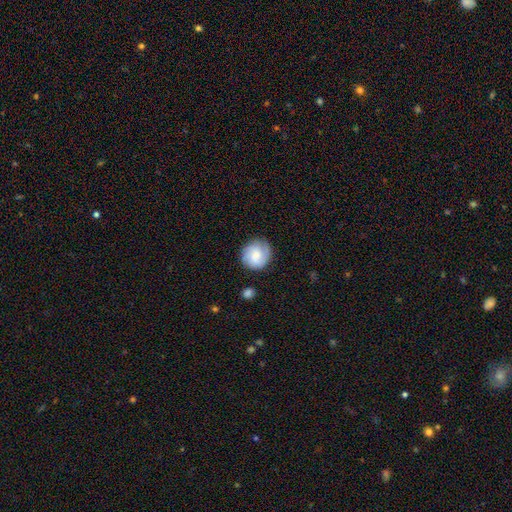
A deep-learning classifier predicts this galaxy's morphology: Smooth or featured: featured or disk — 49% (smooth — 44%)
Merging: none — 79% (minor disturbance — 14%)